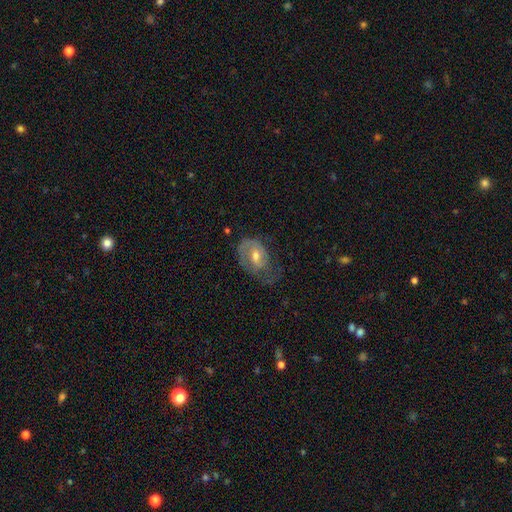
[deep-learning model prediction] Overall: featured or disk (56%; smooth 36%). Edge-on disk: no (95%). Bar: no (45%; weak 43%). Spiral arms: yes (64%; no 36%). Bulge size: moderate (66%). Merging: none (39%; minor disturbance 30%).